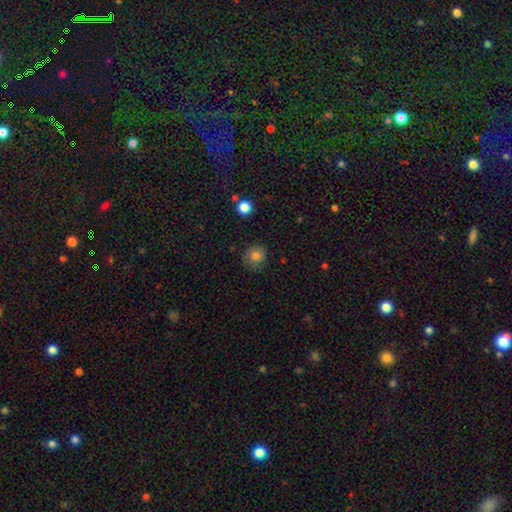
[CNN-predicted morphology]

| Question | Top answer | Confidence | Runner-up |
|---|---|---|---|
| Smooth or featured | smooth | 81% | star or artifact (10%) |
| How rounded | round | 87% | in between (12%) |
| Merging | none | 76% | minor disturbance (18%) |